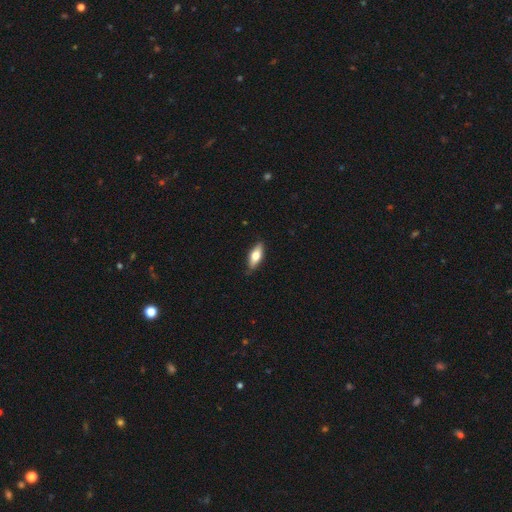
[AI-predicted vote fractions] Smooth or featured: smooth — 64% (featured or disk — 30%)
How rounded: in between — 68% (cigar-shaped — 29%)
Merging: none — 83% (minor disturbance — 14%)